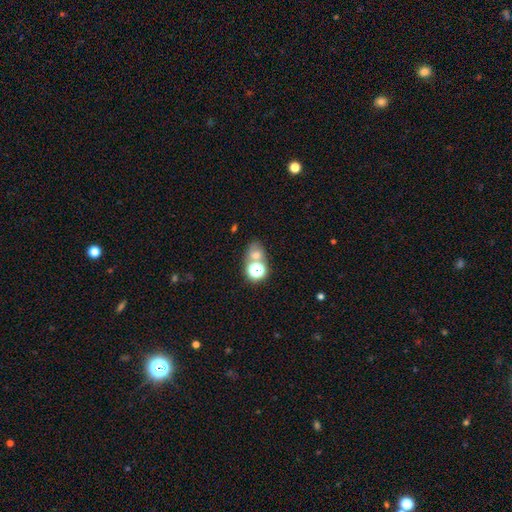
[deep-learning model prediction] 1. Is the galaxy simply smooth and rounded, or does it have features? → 45% smooth, 40% star or artifact, 15% featured or disk.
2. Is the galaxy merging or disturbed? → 53% none, 30% merger, 10% minor disturbance, 6% major disturbance.